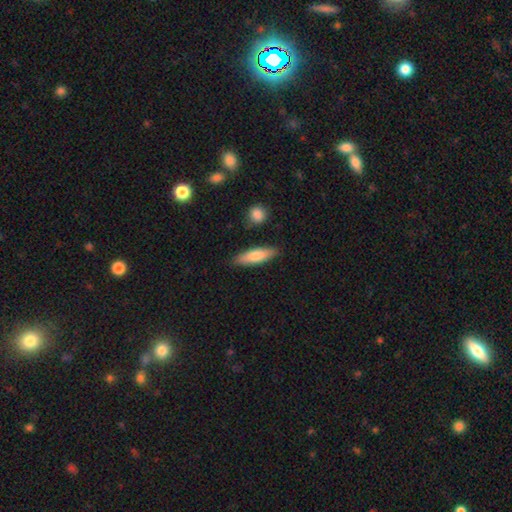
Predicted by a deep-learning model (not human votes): Overall: smooth (76%). How rounded: cigar-shaped (60%; in between 38%). Merging: none (85%).